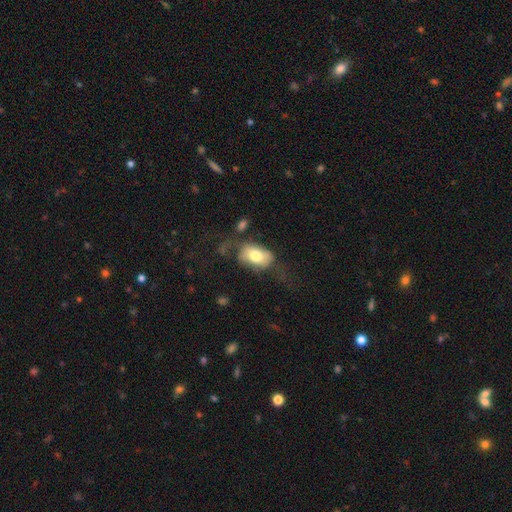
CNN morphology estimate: type=smooth (67%); roundness=in between (87%); merging=major disturbance (36%).